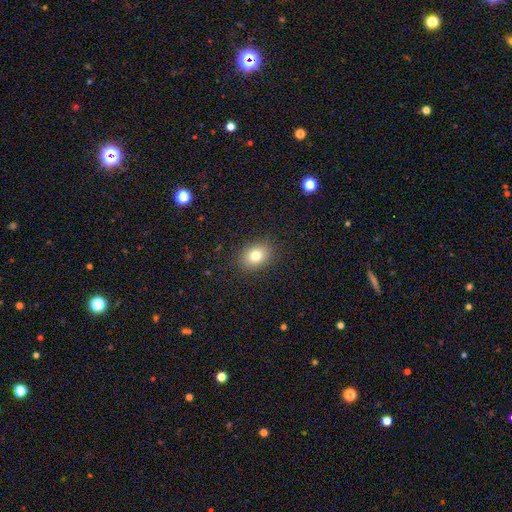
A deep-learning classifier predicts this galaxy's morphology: smooth_or_featured: smooth (p=0.79) [alt: star or artifact p=0.11]
how_rounded: in between (p=0.59) [alt: round p=0.40]
merging: none (p=0.88) [alt: minor disturbance p=0.09]